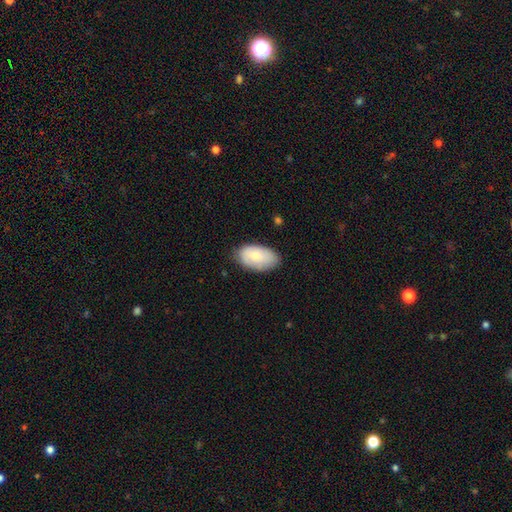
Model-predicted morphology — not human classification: The model was most divided on "merging": none: 74%, minor disturbance: 21%, major disturbance: 4%, merger: 1%. More confident: how rounded — in between (94%); smooth or featured — smooth (75%).